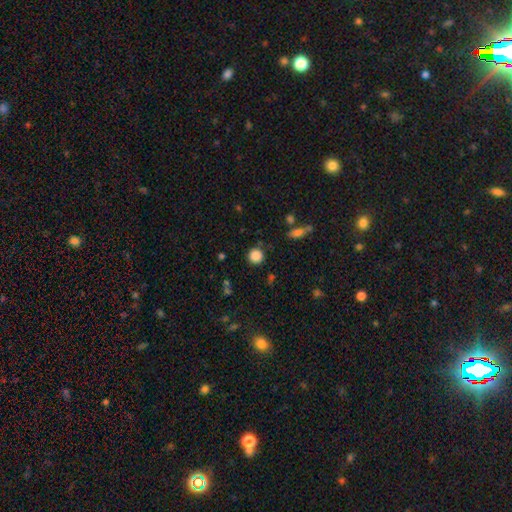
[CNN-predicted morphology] A smooth galaxy with no disk features (86%) that is round (93%). Merging: none (86%).